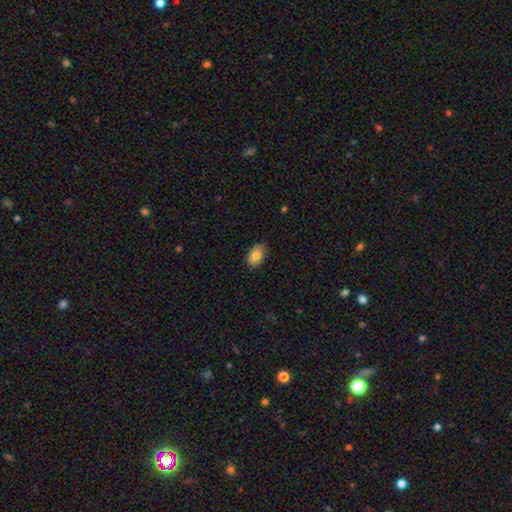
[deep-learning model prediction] The model was most divided on "merging": none: 83%, minor disturbance: 14%, major disturbance: 2%, merger: 1%. More confident: how rounded — in between (88%); smooth or featured — smooth (82%).